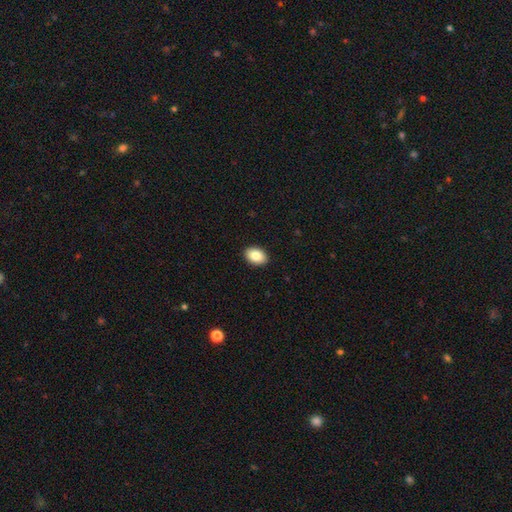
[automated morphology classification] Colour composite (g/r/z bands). It shows a smooth galaxy with no disk features (86%) that is in between round and cigar-shaped (85%). Merging: none (91%).